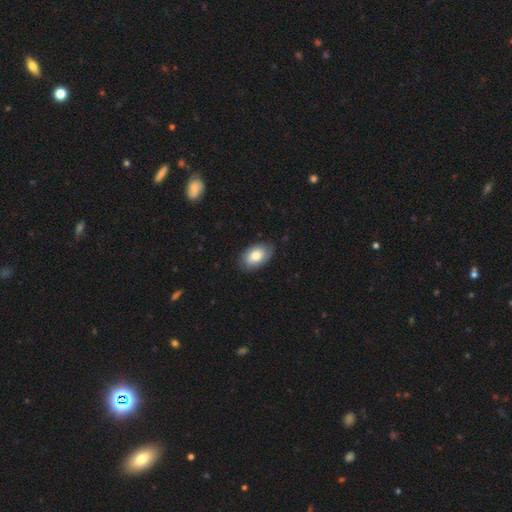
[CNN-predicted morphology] Smooth or featured?
  - smooth: 74% *
  - featured or disk: 20%
  - star or artifact: 6%
How rounded?
  - in between: 91% *
  - round: 8%
  - cigar-shaped: 1%
Merging?
  - none: 79% *
  - minor disturbance: 17%
  - major disturbance: 3%
  - merger: 1%